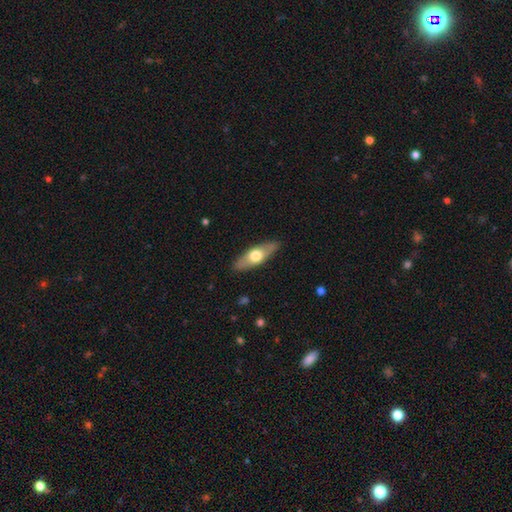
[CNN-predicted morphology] Smooth or featured? Predicted: smooth (p=0.53). How rounded? Predicted: in between (p=0.57). Merging? Predicted: none (p=0.88).